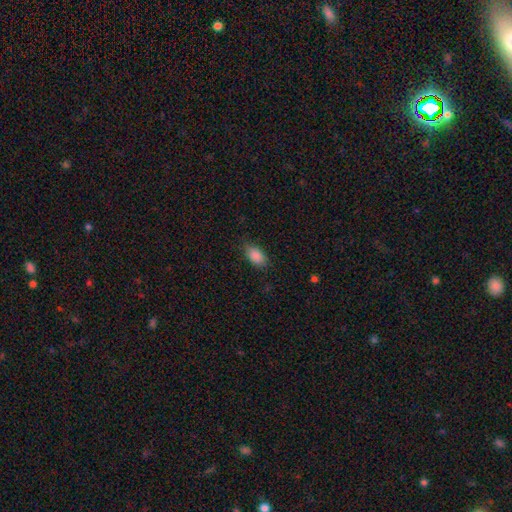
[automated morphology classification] This is clearly a smooth galaxy (88%). How rounded: clearly in between (91%). Merging: likely none (78%).